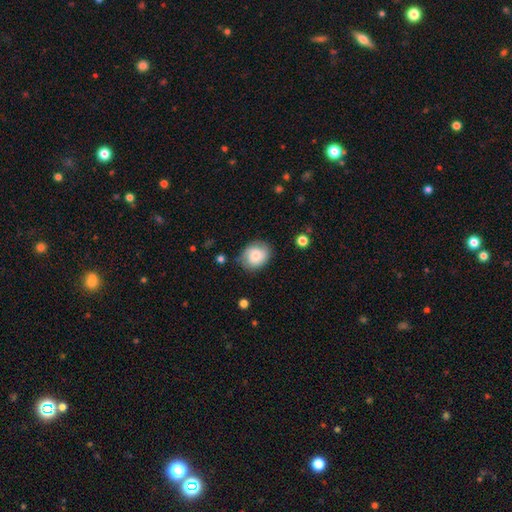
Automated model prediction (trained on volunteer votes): Overall: smooth (67%). How rounded: round (61%; in between 39%). Merging: none (72%).